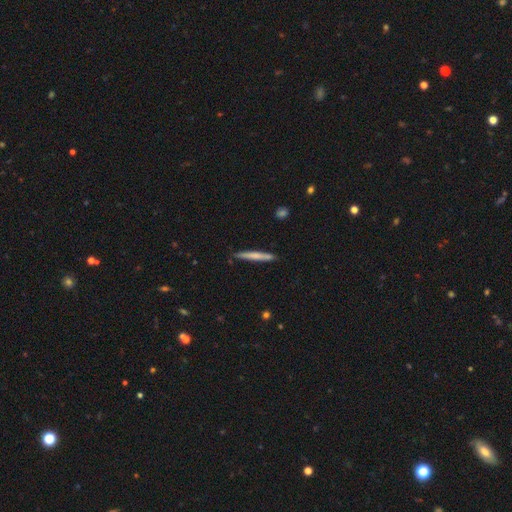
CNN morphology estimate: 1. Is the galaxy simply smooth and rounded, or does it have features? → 62% smooth, 33% featured or disk, 5% star or artifact.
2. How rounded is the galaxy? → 96% cigar-shaped, 3% in between, 1% round.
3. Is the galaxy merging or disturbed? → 87% none, 9% minor disturbance, 2% merger, 2% major disturbance.